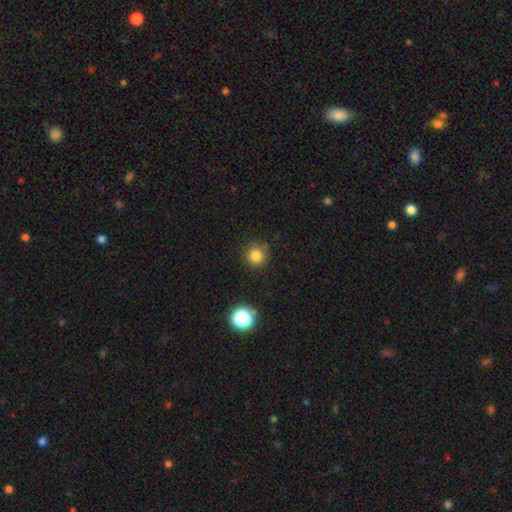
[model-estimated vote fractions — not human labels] This is clearly a smooth galaxy (82%). How rounded: clearly round (93%). Merging: clearly none (83%).